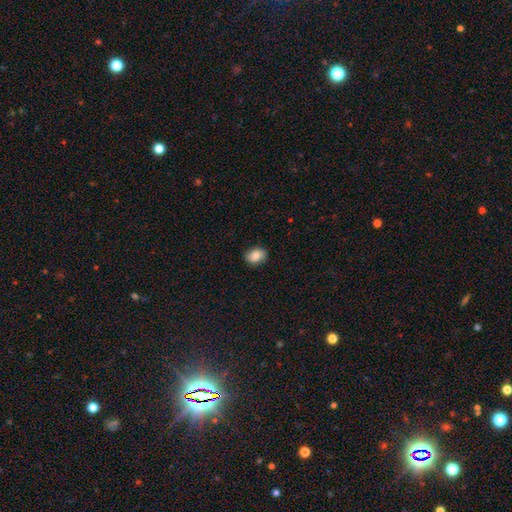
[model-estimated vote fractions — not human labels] A smooth galaxy with no disk features (82%) that is in between round and cigar-shaped (70%).

Vote fractions:
- Smooth or featured? smooth: 82% / featured or disk: 10% / star or artifact: 8%
- How rounded? in between: 70% / round: 29% / cigar-shaped: 1%
- Merging? none: 84% / minor disturbance: 12% / major disturbance: 2% / merger: 1%